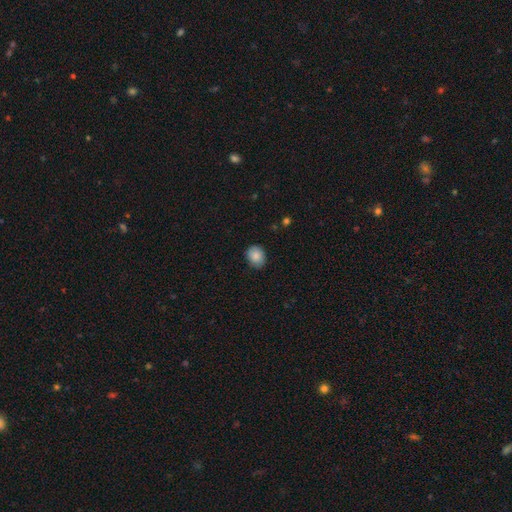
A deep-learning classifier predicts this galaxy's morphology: Smooth or featured?
  - smooth: 86% *
  - star or artifact: 8%
  - featured or disk: 6%
How rounded?
  - round: 53% *
  - in between: 46%
  - cigar-shaped: 1%
Merging?
  - none: 81% *
  - minor disturbance: 15%
  - major disturbance: 2%
  - merger: 1%